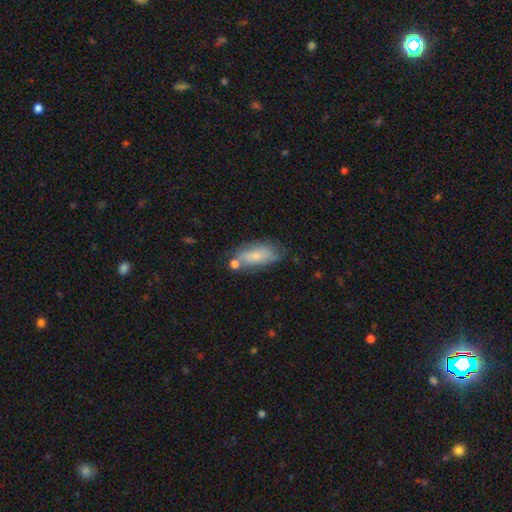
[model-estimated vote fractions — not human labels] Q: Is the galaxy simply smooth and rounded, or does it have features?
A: smooth — 68%.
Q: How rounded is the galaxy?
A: in between — 79%.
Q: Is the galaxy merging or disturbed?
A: none — 57%.